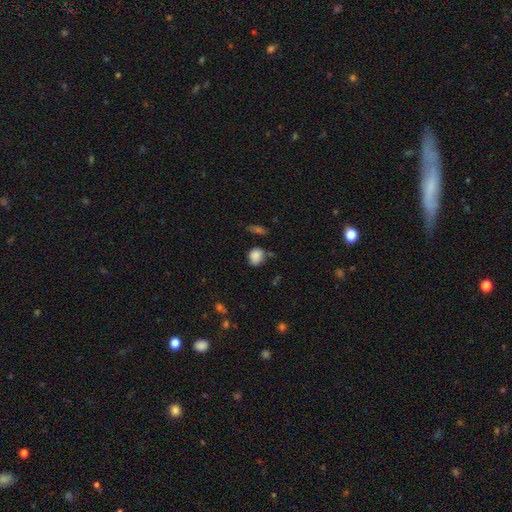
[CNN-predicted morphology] A smooth galaxy with no disk features (85%) that is round (63%).

Vote fractions:
- Smooth or featured? smooth: 85% / star or artifact: 9% / featured or disk: 5%
- How rounded? round: 63% / in between: 35% / cigar-shaped: 1%
- Merging? none: 70% / minor disturbance: 20% / merger: 6% / major disturbance: 4%